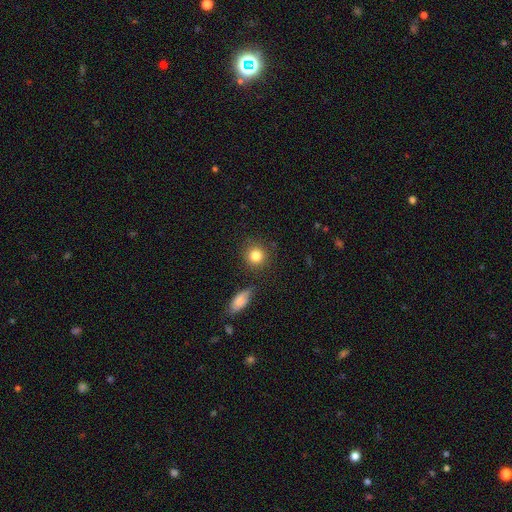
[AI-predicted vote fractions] This is clearly a smooth galaxy (83%). How rounded: clearly round (88%). Merging: clearly none (84%).